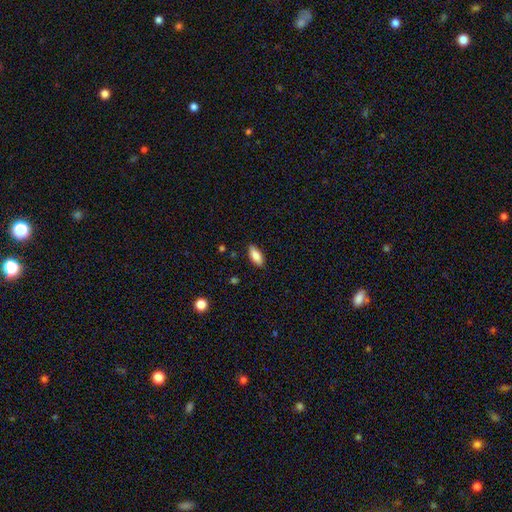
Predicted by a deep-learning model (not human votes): This is clearly a smooth galaxy (85%). How rounded: clearly in between (83%). Merging: clearly none (85%).